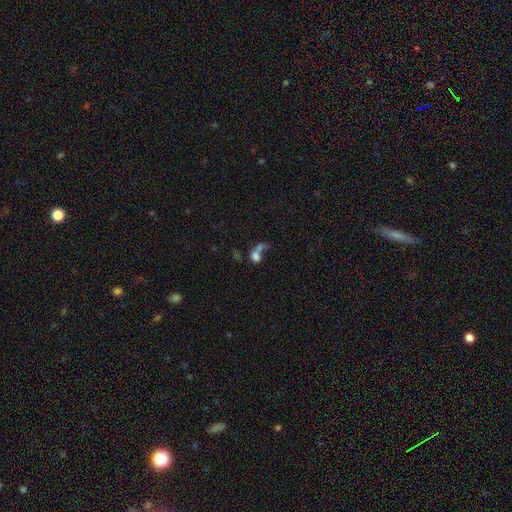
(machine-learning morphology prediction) A smooth galaxy with no disk features (56%) that is in between round and cigar-shaped (53%). Merging: merger (45%).